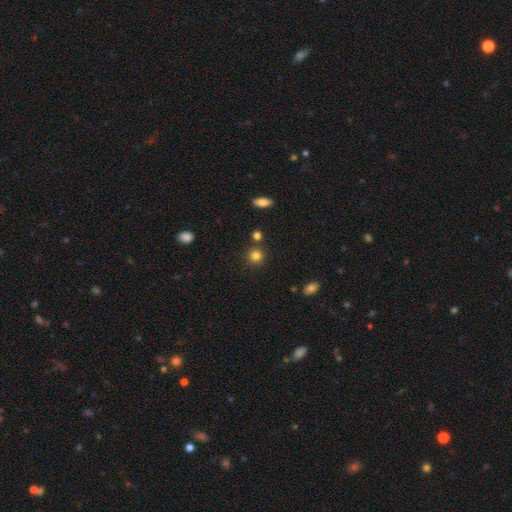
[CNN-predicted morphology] This is clearly a smooth galaxy (82%). How rounded: clearly round (90%). Merging: clearly none (81%).